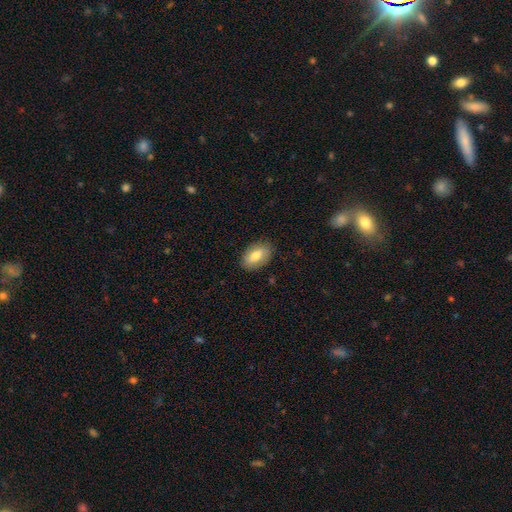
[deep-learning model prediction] smooth_or_featured: smooth (p=0.76) [alt: featured or disk p=0.17]
how_rounded: in between (p=0.90) [alt: round p=0.08]
merging: none (p=0.86) [alt: minor disturbance p=0.11]